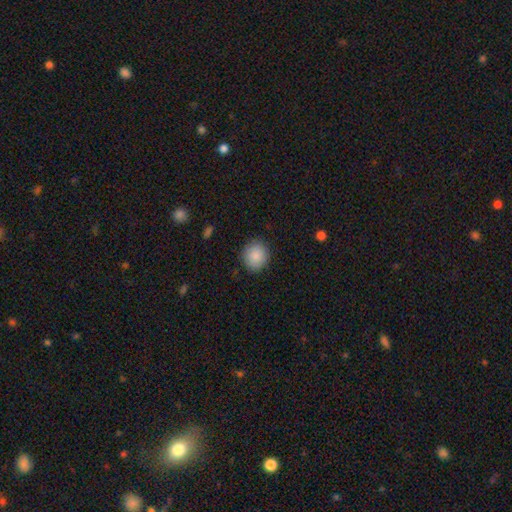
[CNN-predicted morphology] The model was most divided on "how rounded": round: 84%, in between: 15%, cigar-shaped: 1%. More confident: smooth or featured — smooth (88%); merging — none (88%).